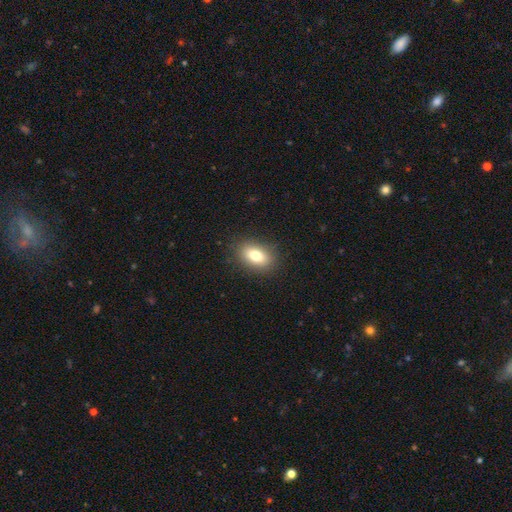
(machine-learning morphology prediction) smooth_or_featured: smooth (p=0.79) [alt: featured or disk p=0.12]
how_rounded: in between (p=0.86) [alt: round p=0.12]
merging: none (p=0.88) [alt: minor disturbance p=0.09]